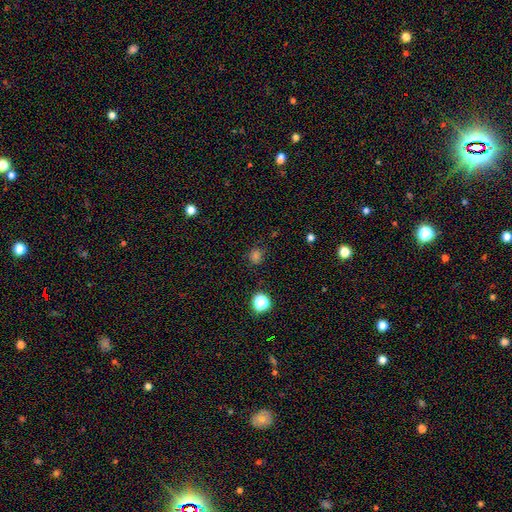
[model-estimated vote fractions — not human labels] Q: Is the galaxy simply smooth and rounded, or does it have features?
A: smooth — 72%.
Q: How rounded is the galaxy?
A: round — 84%.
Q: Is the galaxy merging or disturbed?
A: none — 81%.